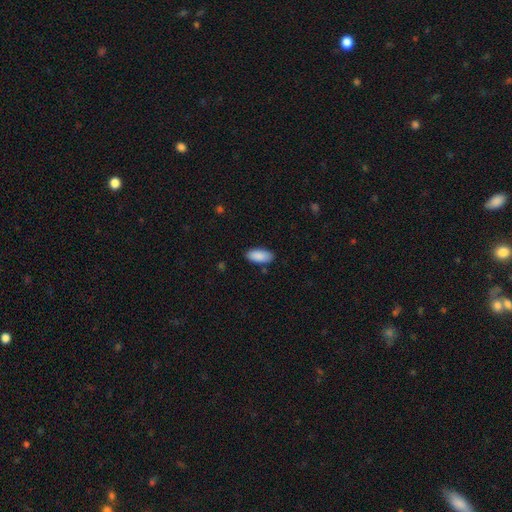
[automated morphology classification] smooth 90%, star or artifact 6%, featured or disk 4%. Down the decision tree: how rounded — in between (91%); merging — none (86%).